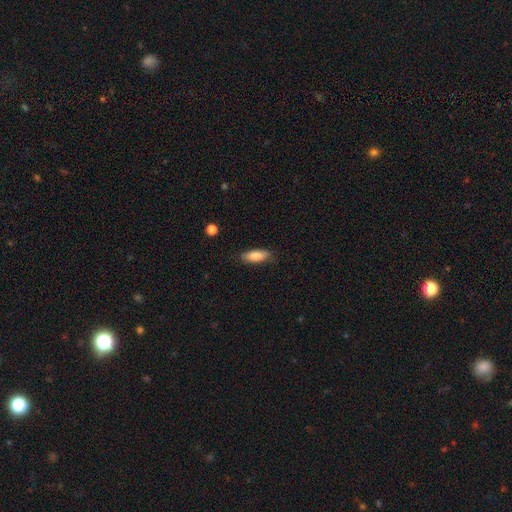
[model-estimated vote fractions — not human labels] Smooth or featured? smooth (84%)
How rounded? in between (69%)
Merging? none (82%)